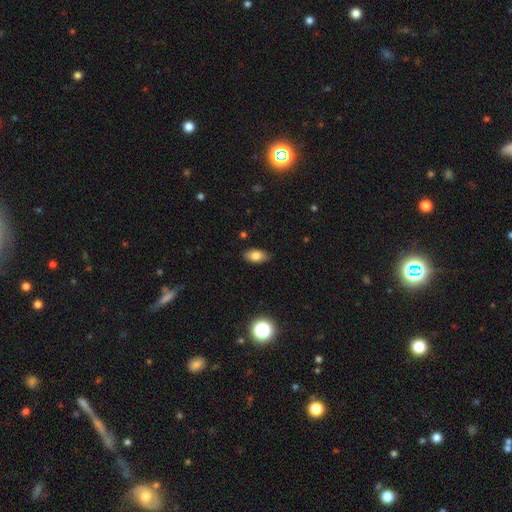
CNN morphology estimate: Smooth or featured?
  - smooth: 80% *
  - featured or disk: 11%
  - star or artifact: 9%
How rounded?
  - in between: 90% *
  - round: 5%
  - cigar-shaped: 4%
Merging?
  - none: 86% *
  - minor disturbance: 11%
  - major disturbance: 2%
  - merger: 1%